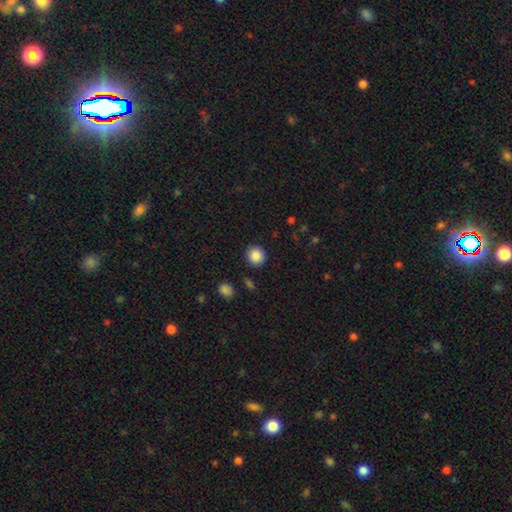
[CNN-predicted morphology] Q: Smooth or featured?
A: smooth (88%); runner-up: star or artifact (9%)
Q: How rounded?
A: round (91%); runner-up: in between (8%)
Q: Merging?
A: none (90%); runner-up: minor disturbance (6%)